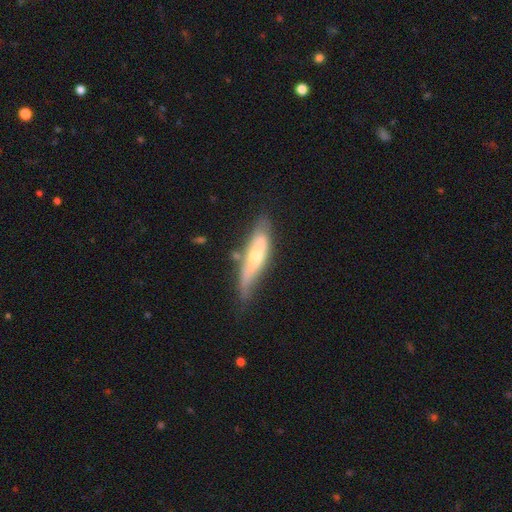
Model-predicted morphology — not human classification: type=featured or disk (49%); merging=none (50%).